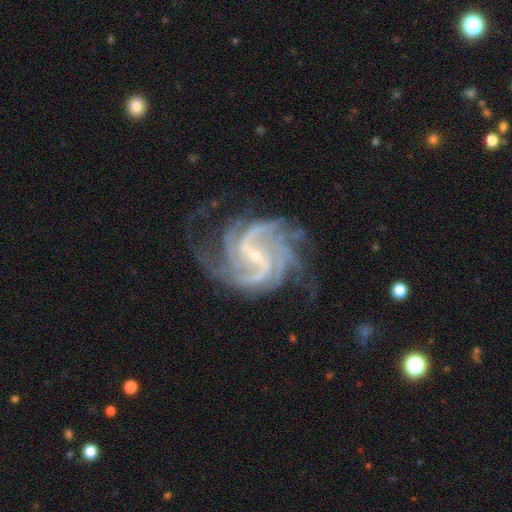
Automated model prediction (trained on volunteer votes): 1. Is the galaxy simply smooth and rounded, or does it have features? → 93% featured or disk, 5% star or artifact, 2% smooth.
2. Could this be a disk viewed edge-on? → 98% no, 2% yes.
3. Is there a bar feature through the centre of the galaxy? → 43% weak, 36% strong, 21% no.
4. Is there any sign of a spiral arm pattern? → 99% yes, 1% no.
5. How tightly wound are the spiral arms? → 55% medium, 28% tight, 17% loose.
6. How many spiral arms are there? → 27% 2, 21% 4, 21% 3, 13% can't tell, 9% more than 4, 8% 1.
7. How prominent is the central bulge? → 83% small, 12% moderate, 3% none, 1% large, 1% dominant.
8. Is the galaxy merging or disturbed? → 63% none, 19% minor disturbance, 16% major disturbance, 2% merger.